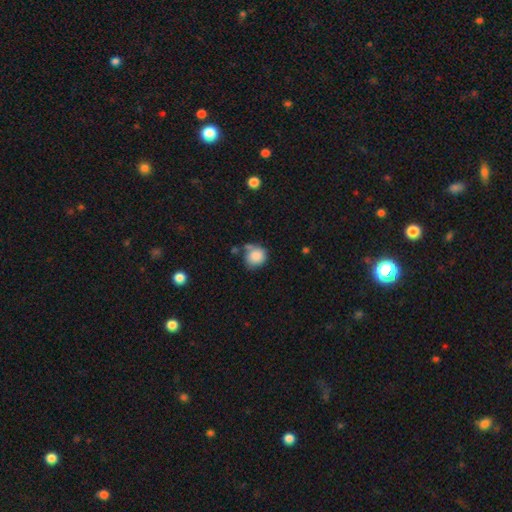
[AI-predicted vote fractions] smooth-or-featured: smooth: 85% | star or artifact: 9% | featured or disk: 6%
  how-rounded: round: 80% | in between: 19% | cigar-shaped: 1%
  merging: none: 55% | minor disturbance: 23% | merger: 15% | major disturbance: 7%